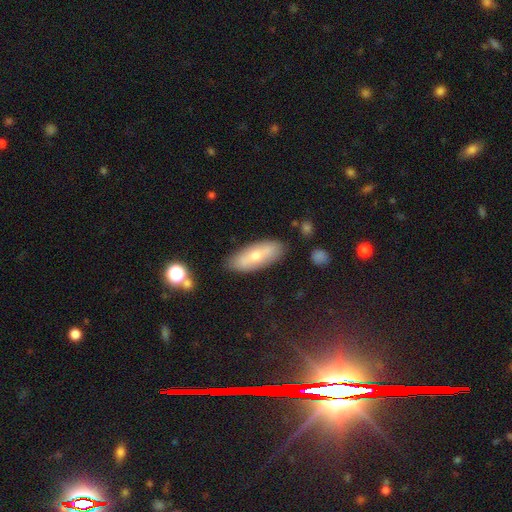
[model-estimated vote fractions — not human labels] A smooth galaxy with no disk features (58%) that is in between round and cigar-shaped (72%). Merging: none (81%).